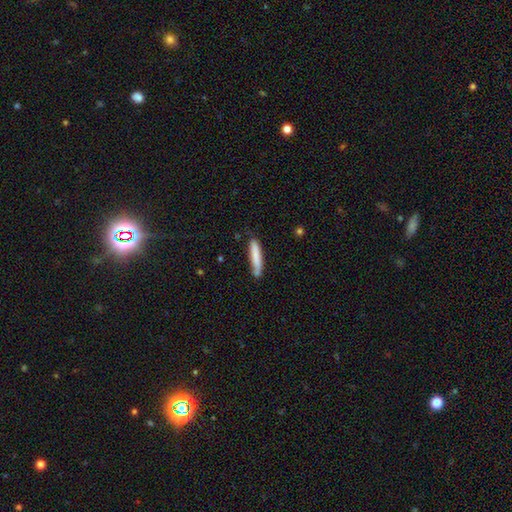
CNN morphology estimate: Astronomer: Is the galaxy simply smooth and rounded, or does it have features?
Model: smooth — 78%.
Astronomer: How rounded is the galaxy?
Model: cigar-shaped — 91%.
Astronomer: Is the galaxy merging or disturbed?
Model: none — 72%.